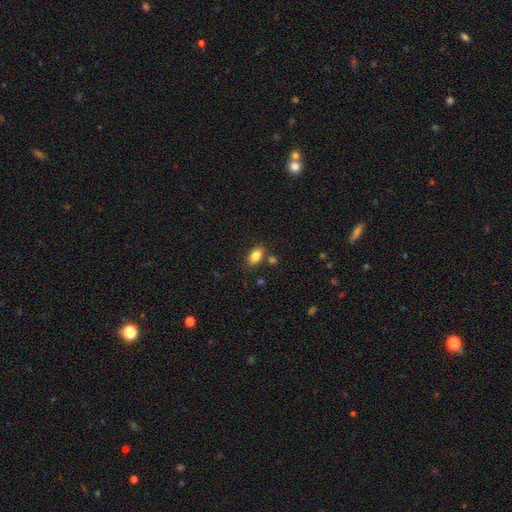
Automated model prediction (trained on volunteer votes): Q: Smooth or featured?
A: smooth (85%); runner-up: star or artifact (8%)
Q: How rounded?
A: in between (89%); runner-up: round (8%)
Q: Merging?
A: none (75%); runner-up: minor disturbance (13%)